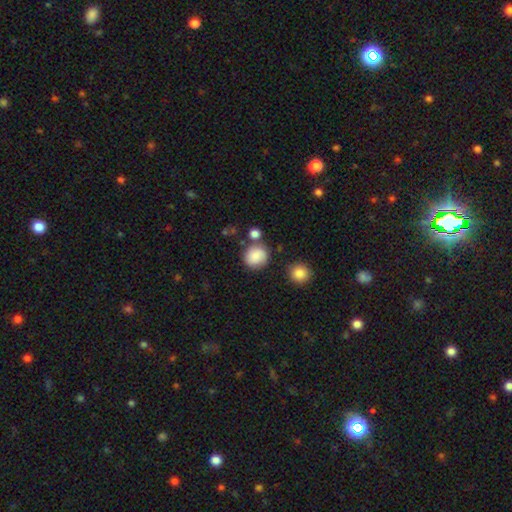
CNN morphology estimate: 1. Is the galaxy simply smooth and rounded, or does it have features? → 83% smooth, 9% featured or disk, 8% star or artifact.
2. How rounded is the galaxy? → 83% round, 17% in between, 1% cigar-shaped.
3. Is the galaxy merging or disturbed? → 71% none, 14% minor disturbance, 10% merger, 5% major disturbance.